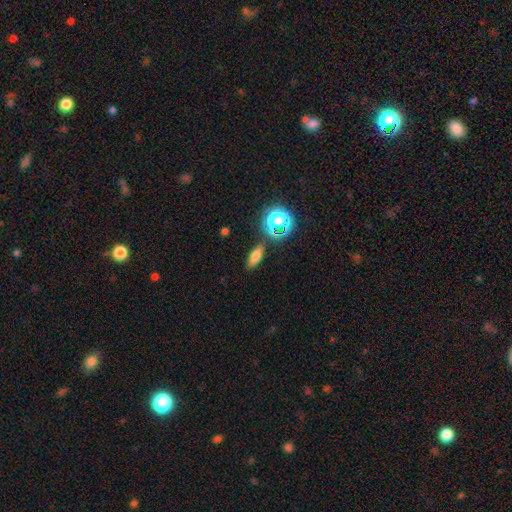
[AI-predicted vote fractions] The model was most divided on "how rounded": in between: 58%, cigar-shaped: 31%, round: 12%. More confident: merging — none (82%); smooth or featured — smooth (67%).